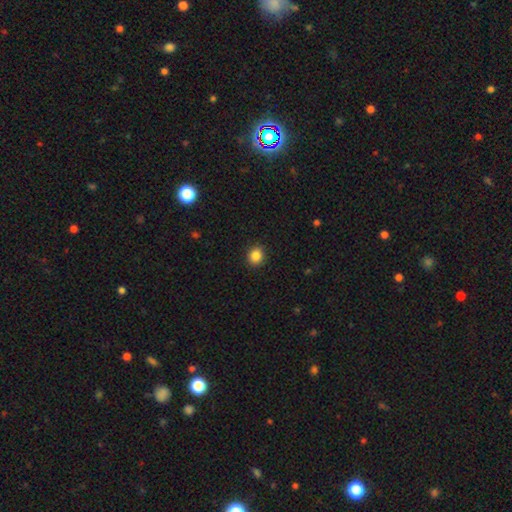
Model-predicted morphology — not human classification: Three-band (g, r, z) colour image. It shows a smooth galaxy with no disk features (86%) that is round (77%). Merging: none (91%).